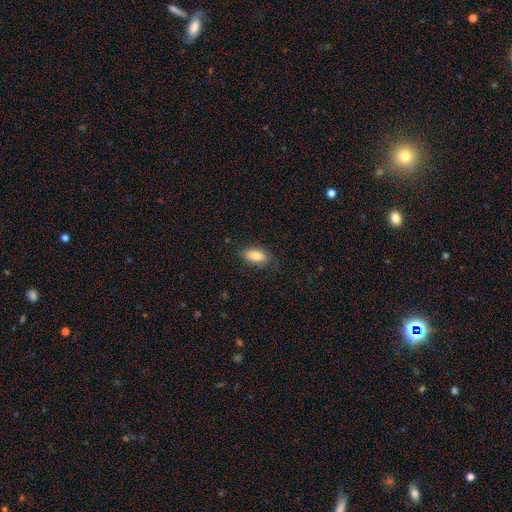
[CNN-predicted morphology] smooth 82%, featured or disk 11%, star or artifact 7%. Down the decision tree: how rounded — in between (89%); merging — none (81%).